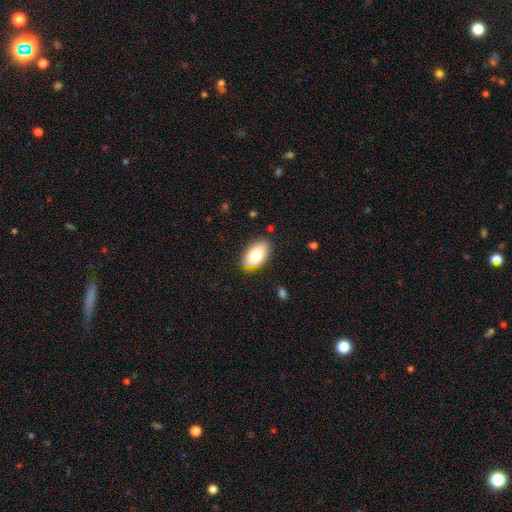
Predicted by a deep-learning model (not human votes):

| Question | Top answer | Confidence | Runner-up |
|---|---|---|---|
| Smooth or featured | smooth | 75% | featured or disk (17%) |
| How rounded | in between | 92% | round (7%) |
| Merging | none | 81% | minor disturbance (14%) |